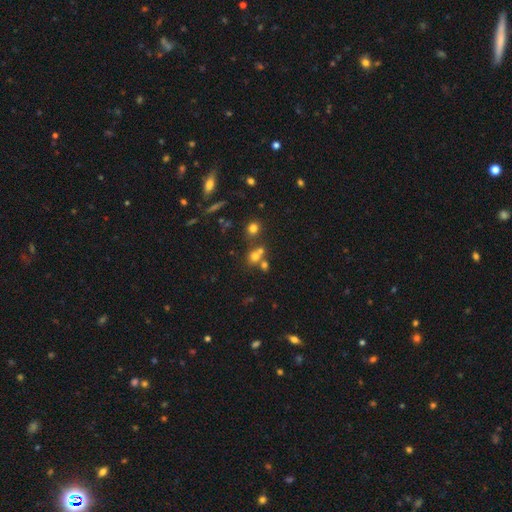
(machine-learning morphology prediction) smooth 62%, star or artifact 23%, featured or disk 15%. Down the decision tree: how rounded — round (77%); merging — none (45%).